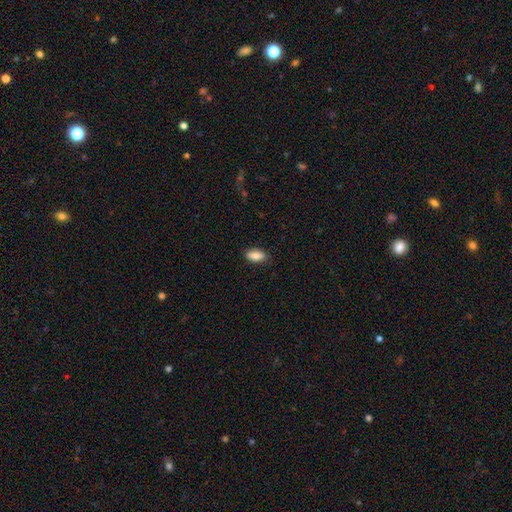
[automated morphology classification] Overall: smooth (85%). How rounded: in between (90%). Merging: none (83%).